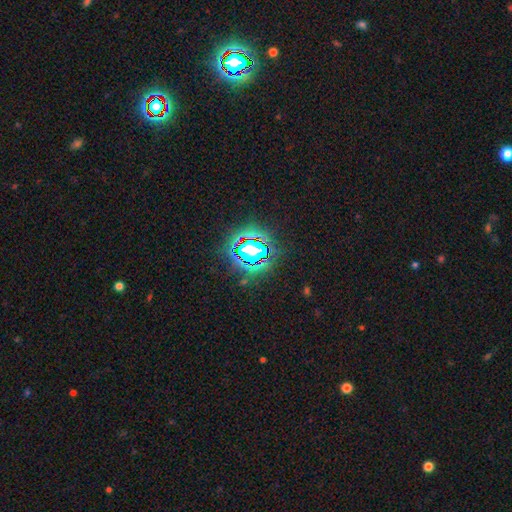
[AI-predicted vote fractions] Smooth or featured: star or artifact — 81% (smooth — 12%)